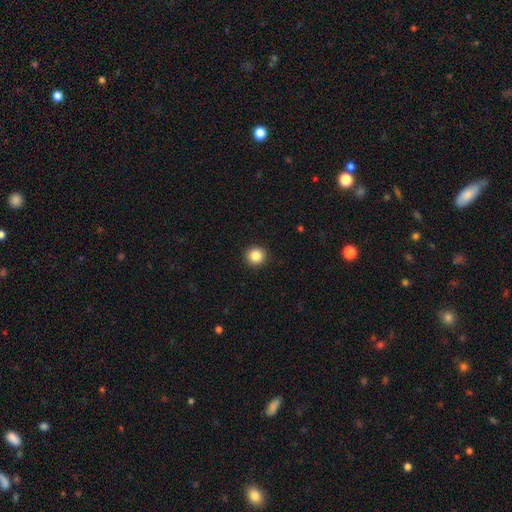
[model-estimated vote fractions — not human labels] This is clearly a smooth galaxy (85%). How rounded: clearly round (95%). Merging: clearly none (93%).